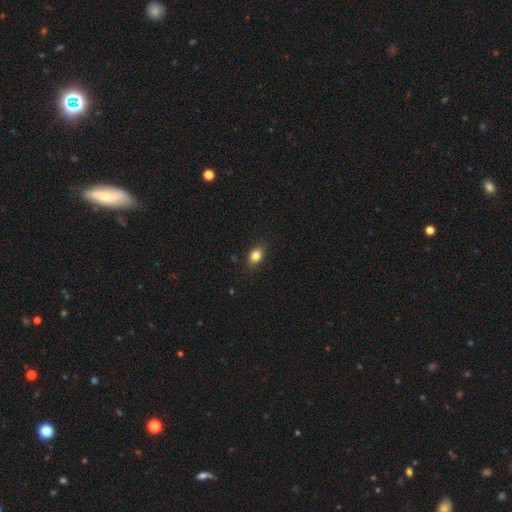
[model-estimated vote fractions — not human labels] A smooth galaxy with no disk features (83%) that is in between round and cigar-shaped (78%). Merging: none (86%).